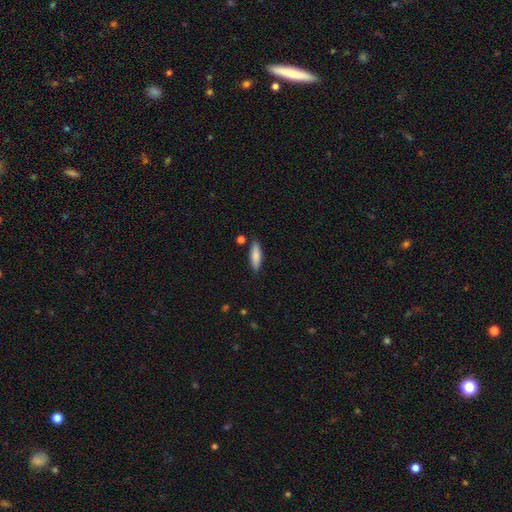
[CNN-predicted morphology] smooth 84%, featured or disk 10%, star or artifact 6%. Down the decision tree: how rounded — cigar-shaped (56%); merging — none (84%).